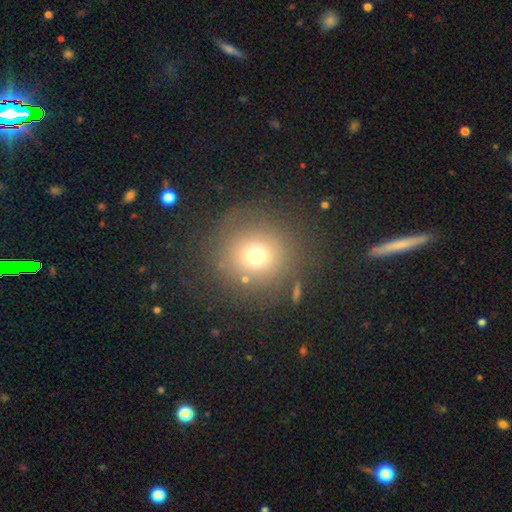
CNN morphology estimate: Smooth or featured?
  - smooth: 69% *
  - star or artifact: 19%
  - featured or disk: 12%
How rounded?
  - round: 92% *
  - in between: 7%
  - cigar-shaped: 1%
Merging?
  - none: 79% *
  - minor disturbance: 10%
  - major disturbance: 7%
  - merger: 4%